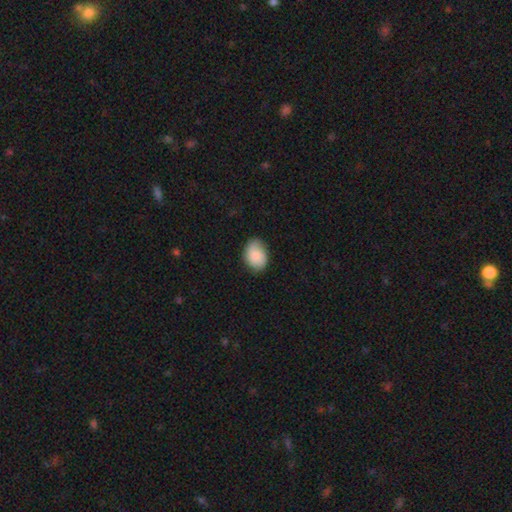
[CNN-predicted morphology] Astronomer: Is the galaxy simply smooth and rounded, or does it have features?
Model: smooth — 82%.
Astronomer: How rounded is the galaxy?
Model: in between — 76%.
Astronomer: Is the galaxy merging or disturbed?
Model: none — 75%.